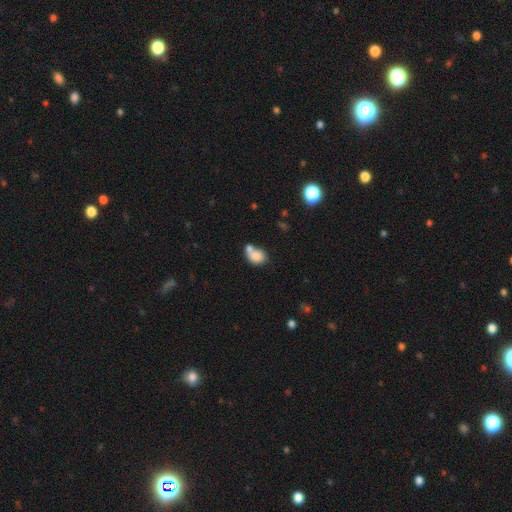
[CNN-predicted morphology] This appears to be a smooth galaxy with no disk features (80%) that is in between round and cigar-shaped (53%). Merging: merger (49%).